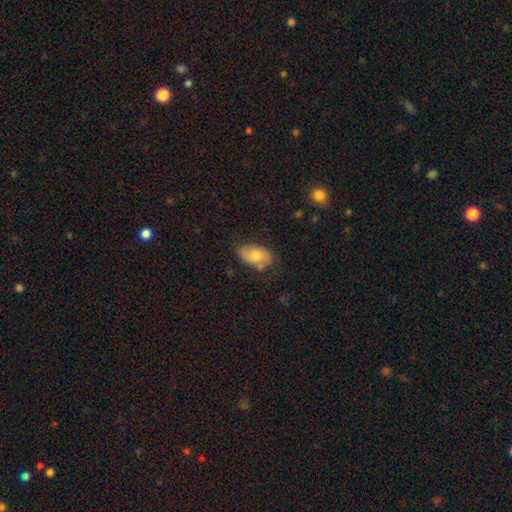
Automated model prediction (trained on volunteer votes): Q: Smooth or featured?
A: smooth (64%); runner-up: featured or disk (28%)
Q: How rounded?
A: in between (92%); runner-up: round (6%)
Q: Merging?
A: none (67%); runner-up: minor disturbance (25%)